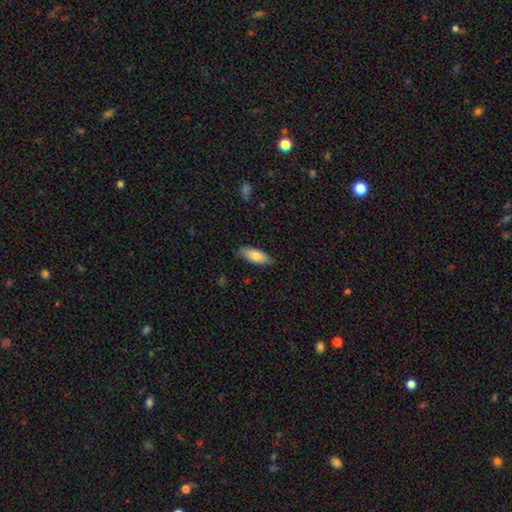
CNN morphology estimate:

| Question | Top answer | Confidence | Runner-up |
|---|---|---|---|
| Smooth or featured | smooth | 80% | featured or disk (14%) |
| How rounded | in between | 77% | cigar-shaped (21%) |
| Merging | none | 83% | minor disturbance (14%) |